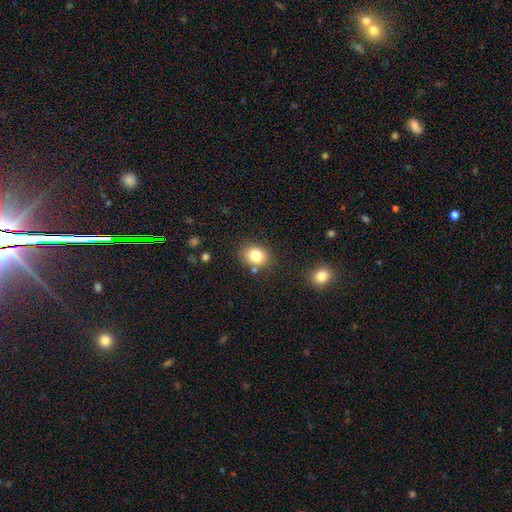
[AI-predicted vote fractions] A smooth galaxy with no disk features (81%) that is in between round and cigar-shaped (51%). Merging: none (78%).